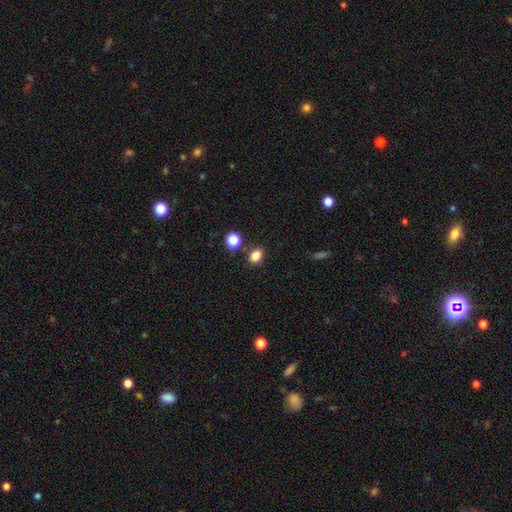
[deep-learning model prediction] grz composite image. It shows a smooth galaxy with no disk features (83%) that is in between round and cigar-shaped (60%). Merging: none (80%).